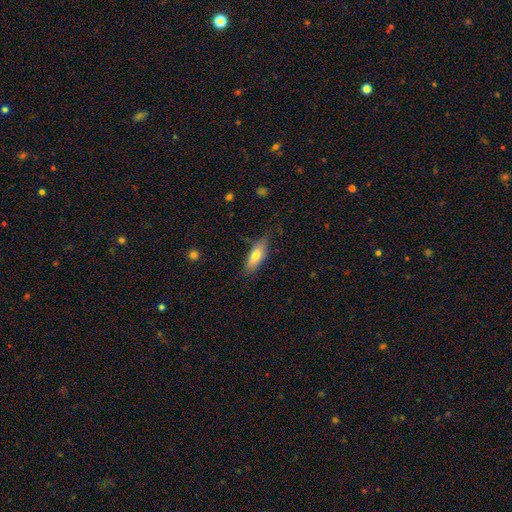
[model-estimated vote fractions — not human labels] Smooth or featured? smooth (73%)
How rounded? in between (68%)
Merging? none (72%)